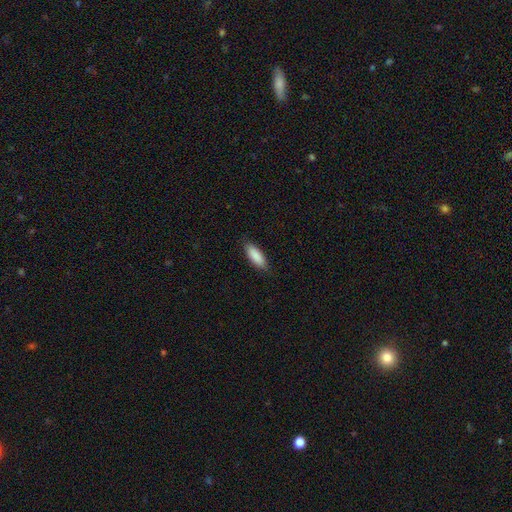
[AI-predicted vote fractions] smooth 89%, star or artifact 6%, featured or disk 5%. Down the decision tree: how rounded — in between (66%); merging — none (86%).